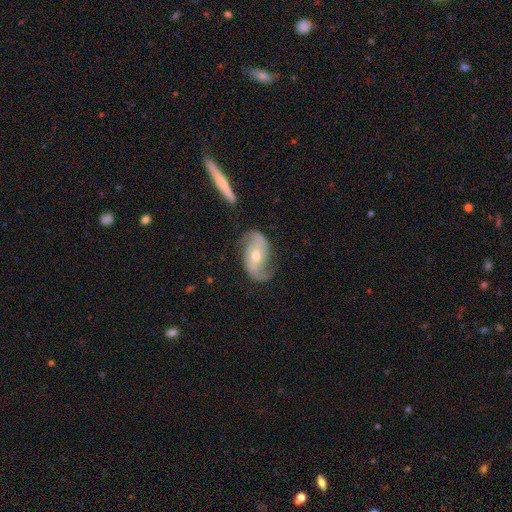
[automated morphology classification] The model was most divided on "spiral winding": loose: 45%, medium: 38%, tight: 17%. Remaining: edge-on disk — no (96%); spiral arms — yes (94%); spiral arm count — 2 (89%); smooth or featured — featured or disk (84%); merging — none (70%); bulge size — moderate (57%); bar — no (50%).